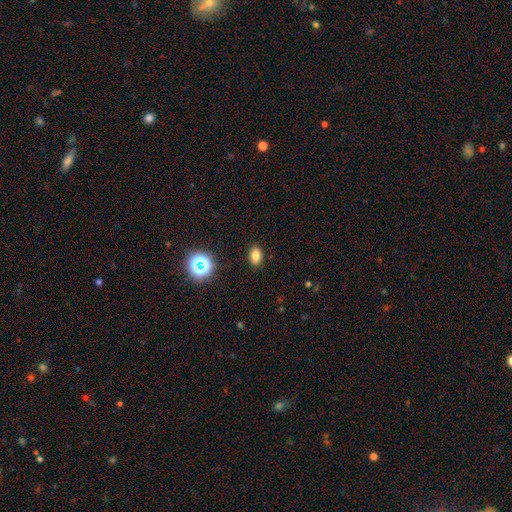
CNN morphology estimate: type=smooth (79%); roundness=in between (84%); merging=none (89%).